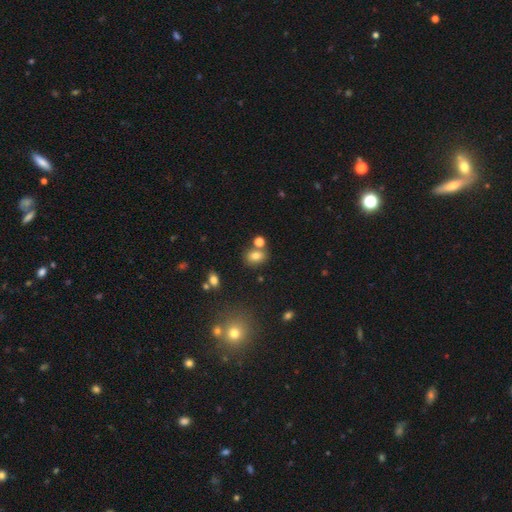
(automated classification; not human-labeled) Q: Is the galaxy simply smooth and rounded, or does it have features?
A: smooth — 76%.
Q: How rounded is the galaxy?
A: in between — 64%.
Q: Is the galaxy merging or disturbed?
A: none — 66%.